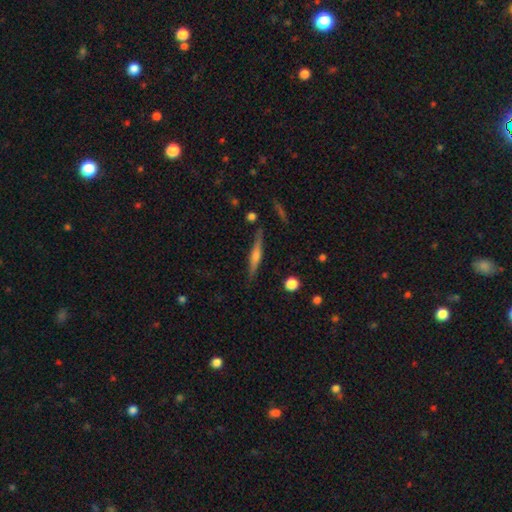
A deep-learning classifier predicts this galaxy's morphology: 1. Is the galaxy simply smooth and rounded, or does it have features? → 65% featured or disk, 28% smooth, 7% star or artifact.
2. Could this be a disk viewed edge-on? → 97% yes, 3% no.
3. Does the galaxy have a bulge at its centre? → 78% rounded, 12% boxy, 10% none.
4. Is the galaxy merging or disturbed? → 87% none, 9% minor disturbance, 2% major disturbance, 2% merger.